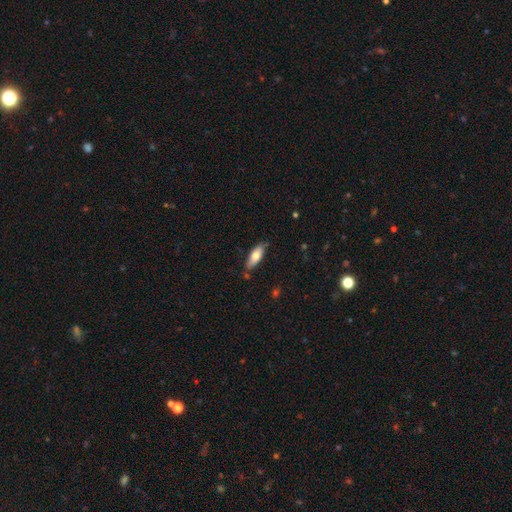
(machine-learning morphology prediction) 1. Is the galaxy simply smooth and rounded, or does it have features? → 71% smooth, 23% featured or disk, 6% star or artifact.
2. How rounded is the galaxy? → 65% in between, 33% cigar-shaped, 2% round.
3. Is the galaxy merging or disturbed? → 76% none, 18% minor disturbance, 3% merger, 3% major disturbance.